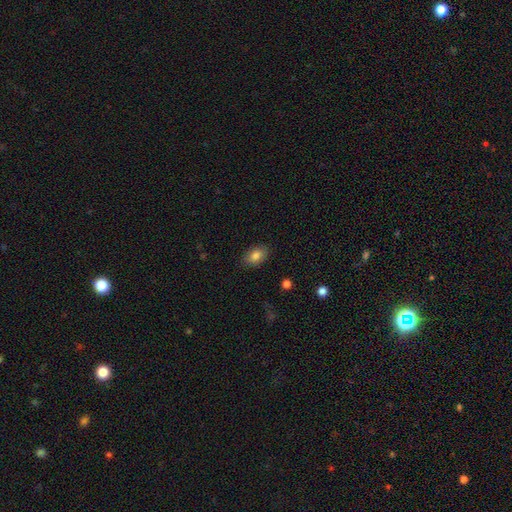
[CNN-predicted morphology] Overall: smooth (84%). How rounded: in between (88%). Merging: none (87%).